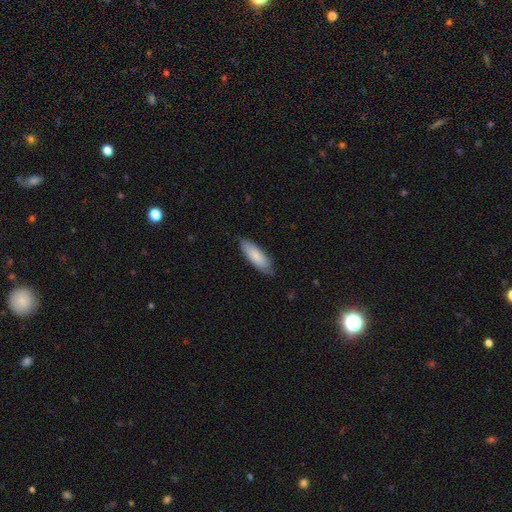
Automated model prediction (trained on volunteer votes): A smooth galaxy with no disk features (80%) that is in between round and cigar-shaped (60%).

Vote fractions:
- Smooth or featured? smooth: 80% / featured or disk: 15% / star or artifact: 5%
- How rounded? in between: 60% / cigar-shaped: 39% / round: 1%
- Merging? none: 79% / minor disturbance: 17% / major disturbance: 3% / merger: 1%